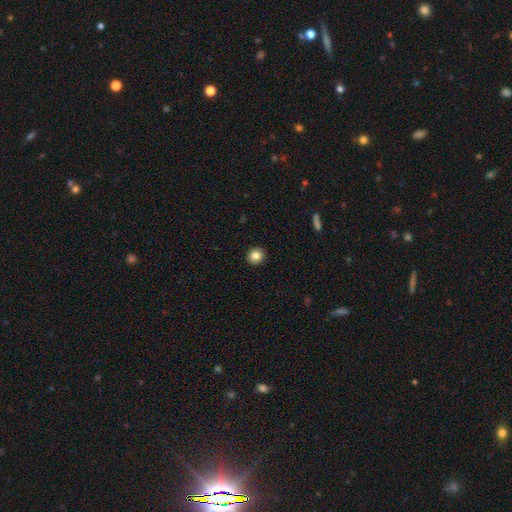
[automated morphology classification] This is clearly a smooth galaxy (83%). How rounded: clearly round (91%). Merging: clearly none (93%).